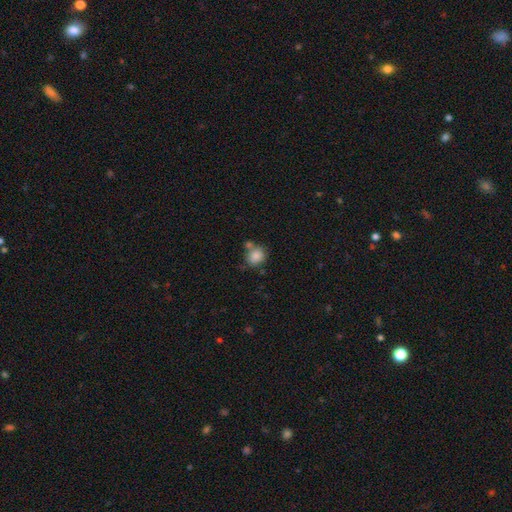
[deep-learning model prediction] Smooth or featured? smooth (84%)
How rounded? round (71%)
Merging? none (55%)